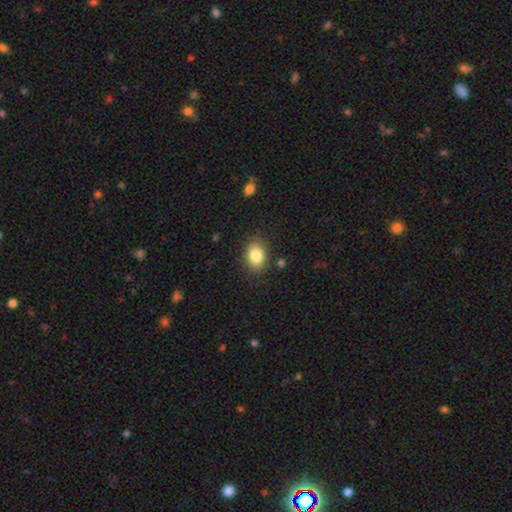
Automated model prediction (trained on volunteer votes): The model was most divided on "how rounded": in between: 73%, round: 25%, cigar-shaped: 1%. More confident: smooth or featured — smooth (84%); merging — none (84%).